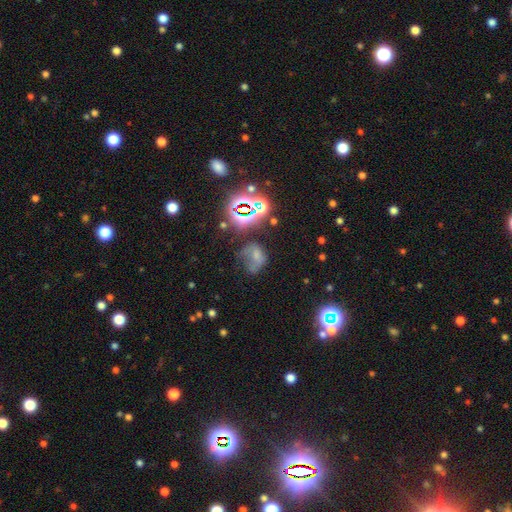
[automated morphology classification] Overall: smooth (45%; star or artifact 30%). Merging: major disturbance (37%; none 28%).